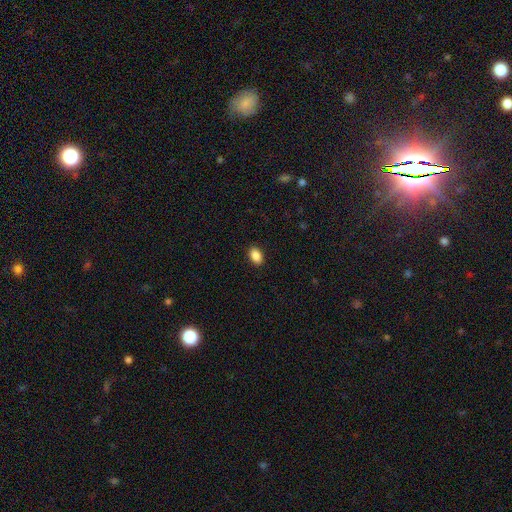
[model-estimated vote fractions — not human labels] The model was most divided on "how rounded": in between: 88%, round: 10%, cigar-shaped: 2%. More confident: merging — none (90%); smooth or featured — smooth (89%).